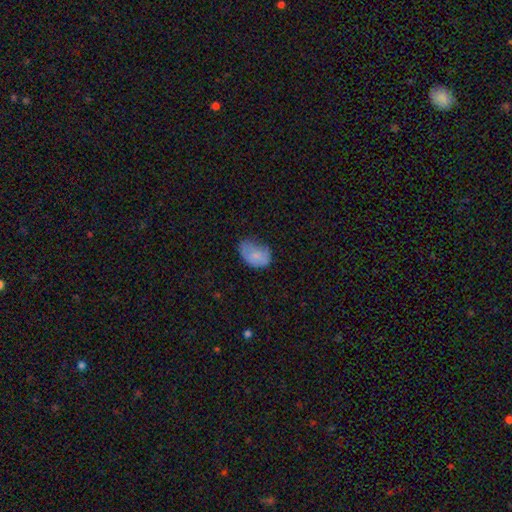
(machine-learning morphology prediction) smooth 75%, featured or disk 17%, star or artifact 8%. Down the decision tree: how rounded — in between (79%); merging — minor disturbance (42%).